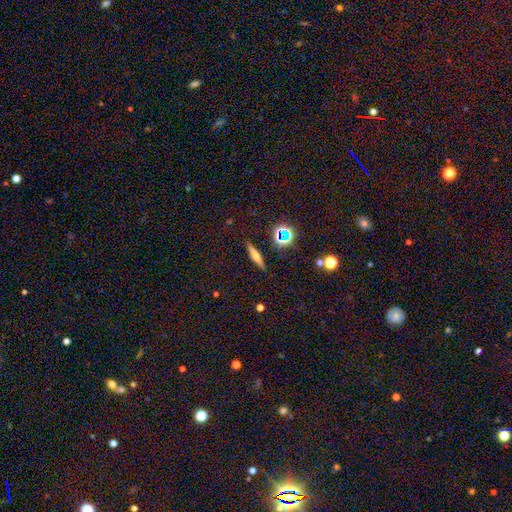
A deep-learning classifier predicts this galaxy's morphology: A smooth galaxy with no disk features (48%). Merging: none (88%).